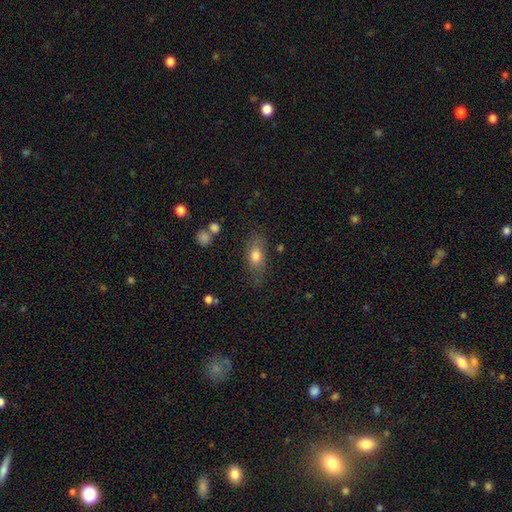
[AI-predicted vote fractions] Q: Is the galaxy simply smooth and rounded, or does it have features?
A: smooth — 73%.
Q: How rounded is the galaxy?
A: in between — 82%.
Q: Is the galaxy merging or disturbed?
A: none — 65%.